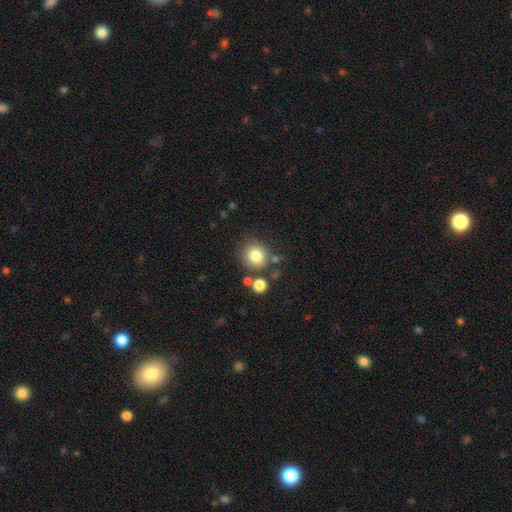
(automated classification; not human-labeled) smooth 81%, star or artifact 11%, featured or disk 8%. Down the decision tree: how rounded — round (89%); merging — none (75%).